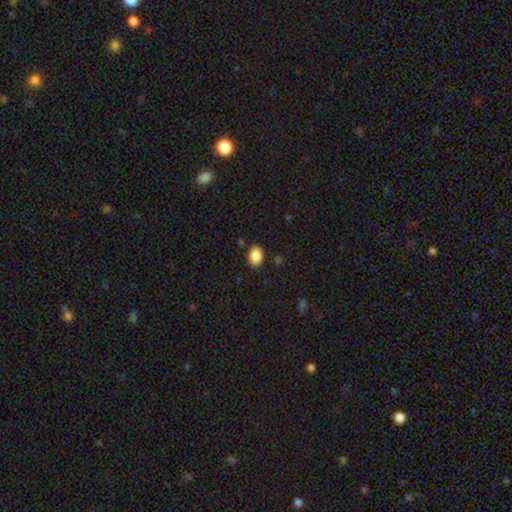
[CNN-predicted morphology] smooth_or_featured: smooth (p=0.88) [alt: star or artifact p=0.08]
how_rounded: in between (p=0.84) [alt: round p=0.15]
merging: none (p=0.86) [alt: minor disturbance p=0.09]